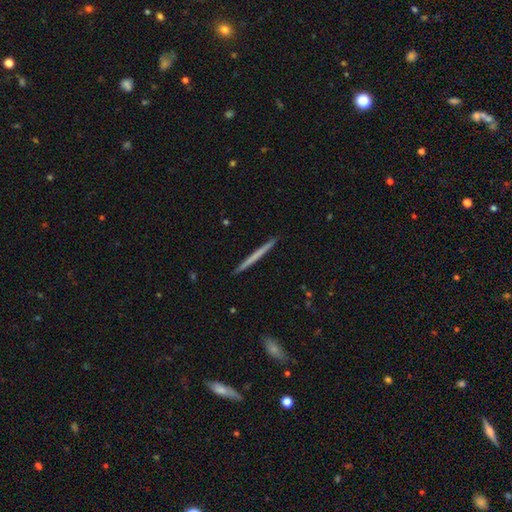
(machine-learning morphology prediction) Smooth or featured? Predicted: smooth (p=0.49). Merging? Predicted: none (p=0.93).